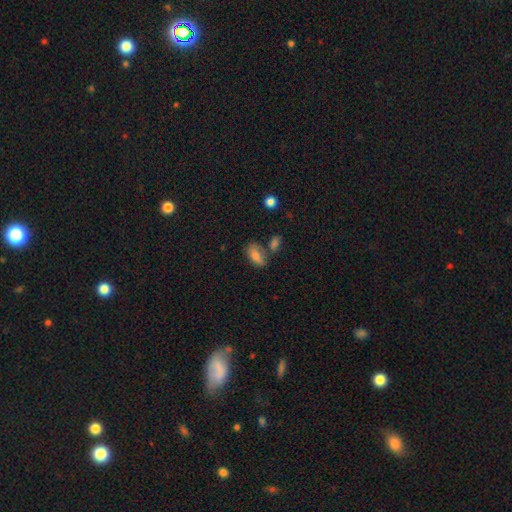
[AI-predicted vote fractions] Smooth or featured: smooth — 75% (featured or disk — 16%)
How rounded: in between — 88% (round — 6%)
Merging: none — 58% (minor disturbance — 20%)